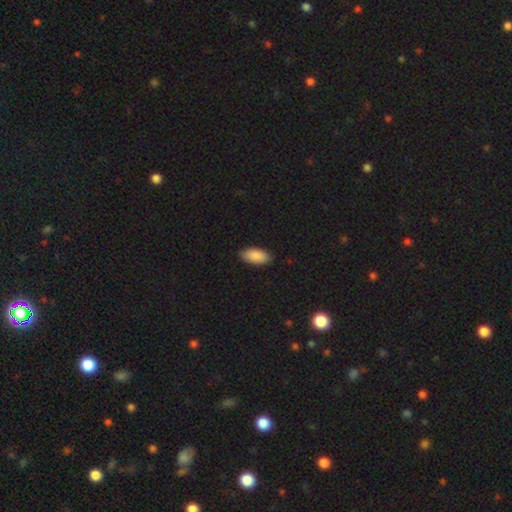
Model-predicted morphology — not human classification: This is clearly a smooth galaxy (90%). How rounded: clearly in between (91%). Merging: clearly none (87%).